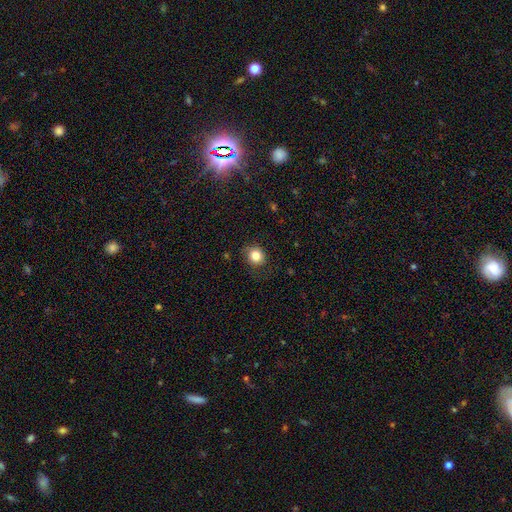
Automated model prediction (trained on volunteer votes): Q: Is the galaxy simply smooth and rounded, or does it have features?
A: smooth — 82%.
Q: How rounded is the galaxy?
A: round — 79%.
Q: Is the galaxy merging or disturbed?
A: none — 80%.